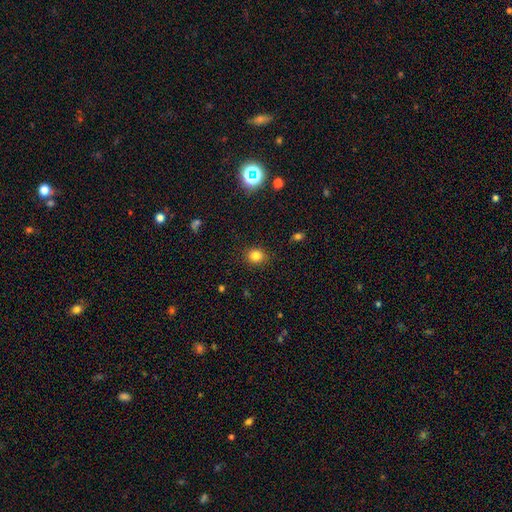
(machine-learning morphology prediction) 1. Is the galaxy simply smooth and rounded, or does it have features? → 82% smooth, 13% star or artifact, 5% featured or disk.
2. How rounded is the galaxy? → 79% round, 20% in between, 1% cigar-shaped.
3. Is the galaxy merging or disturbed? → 89% none, 7% minor disturbance, 2% major disturbance, 1% merger.